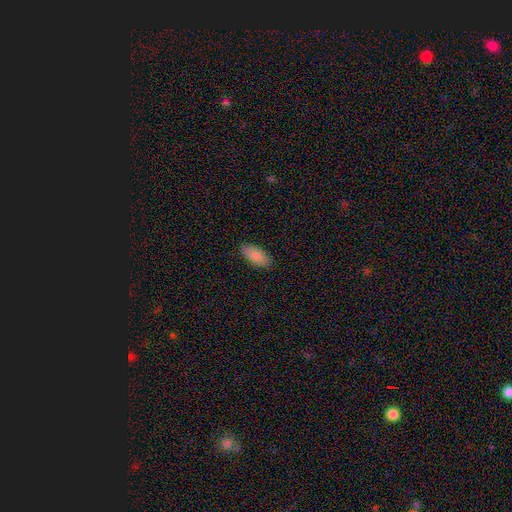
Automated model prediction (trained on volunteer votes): Overall: smooth (88%). How rounded: in between (90%). Merging: none (87%).